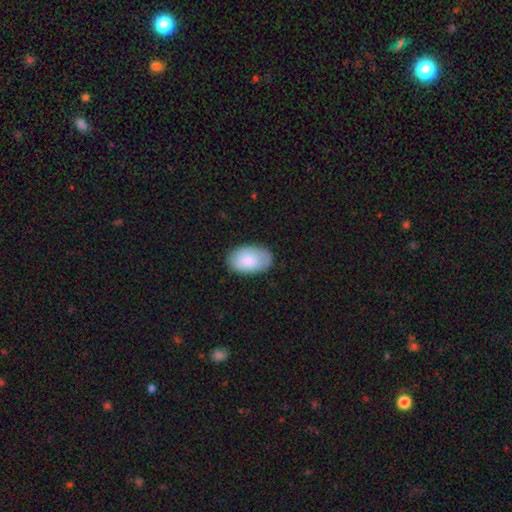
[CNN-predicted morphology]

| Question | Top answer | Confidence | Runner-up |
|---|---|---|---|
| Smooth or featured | smooth | 84% | featured or disk (10%) |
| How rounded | in between | 93% | round (6%) |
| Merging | none | 83% | minor disturbance (13%) |